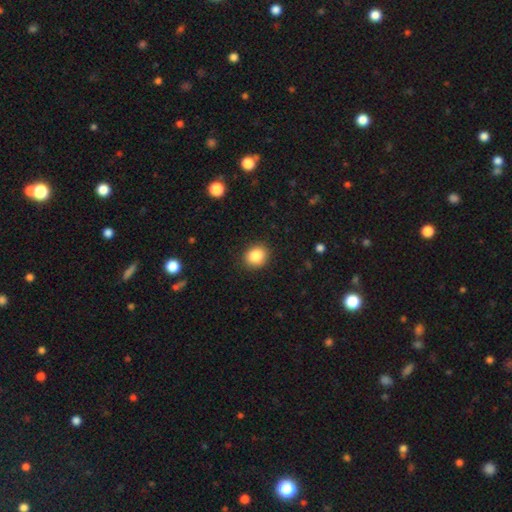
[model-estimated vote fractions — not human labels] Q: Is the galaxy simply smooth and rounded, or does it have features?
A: smooth — 86%.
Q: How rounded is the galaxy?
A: round — 71%.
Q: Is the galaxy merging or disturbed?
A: none — 89%.